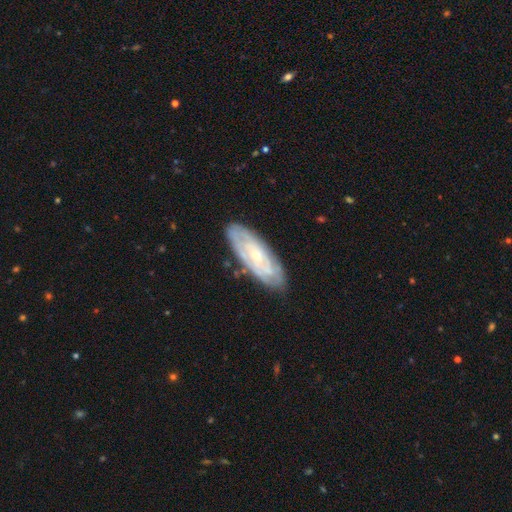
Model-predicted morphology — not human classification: The model was most divided on "bulge size": small: 65%, moderate: 31%, none: 2%, large: 1%, dominant: 1%. More confident: edge-on disk — no (85%); merging — none (80%); spiral arms — yes (79%); smooth or featured — featured or disk (72%); bar — no (71%).